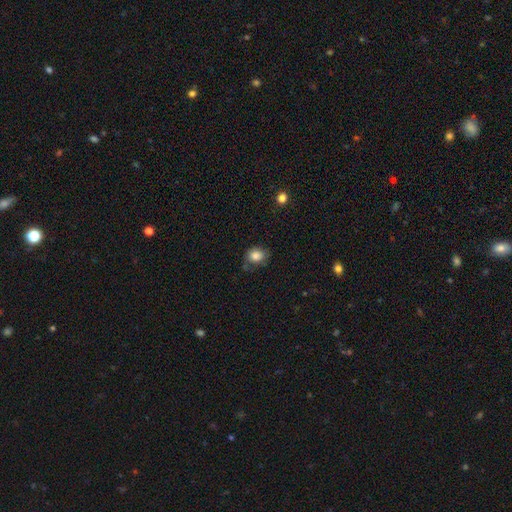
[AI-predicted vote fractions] This is clearly a smooth galaxy (82%). How rounded: possibly round (52%). Merging: likely none (61%).